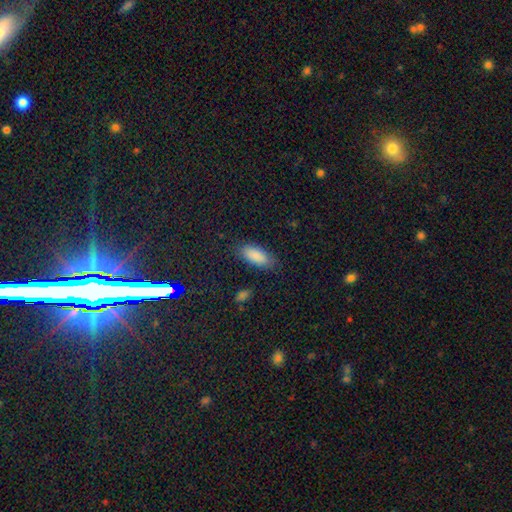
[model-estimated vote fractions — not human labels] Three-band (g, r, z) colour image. It shows a smooth galaxy with no disk features (87%) that is in between round and cigar-shaped (86%). Merging: none (82%).